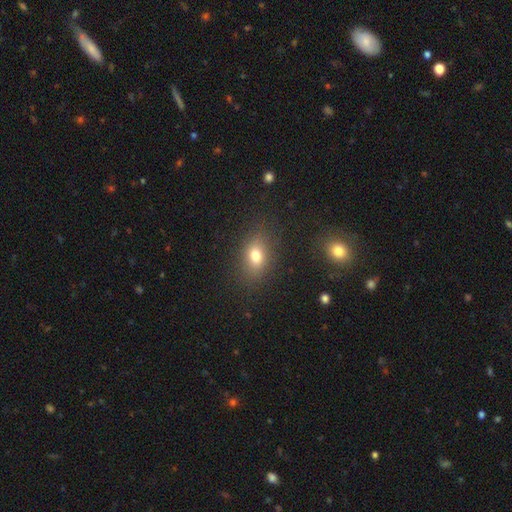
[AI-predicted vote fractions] Q: Smooth or featured?
A: smooth (76%); runner-up: star or artifact (14%)
Q: How rounded?
A: in between (70%); runner-up: round (27%)
Q: Merging?
A: none (84%); runner-up: minor disturbance (10%)